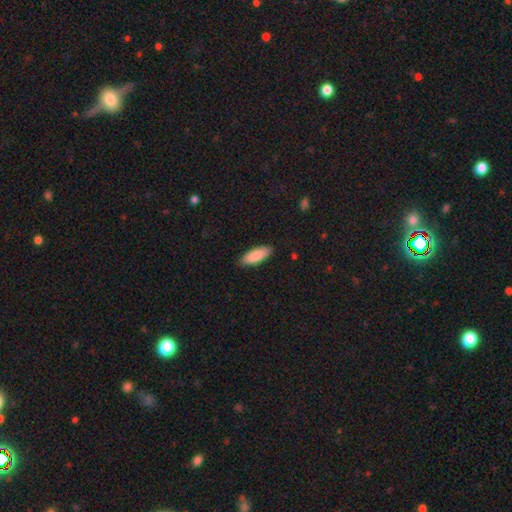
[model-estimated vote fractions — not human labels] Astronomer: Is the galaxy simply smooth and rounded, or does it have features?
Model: smooth — 88%.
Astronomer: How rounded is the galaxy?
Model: in between — 72%.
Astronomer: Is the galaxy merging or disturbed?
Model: none — 87%.